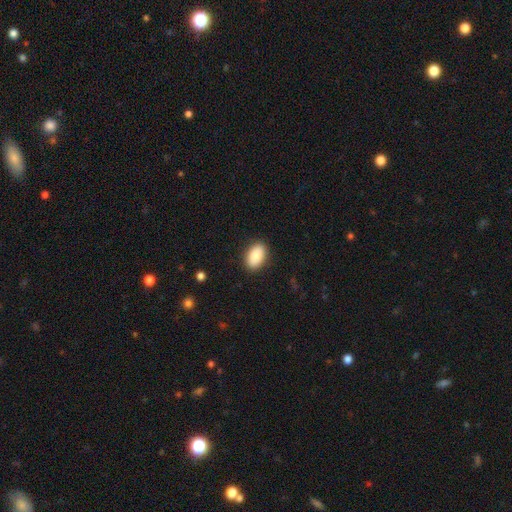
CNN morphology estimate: Smooth or featured?
  - smooth: 89% *
  - star or artifact: 6%
  - featured or disk: 5%
How rounded?
  - in between: 92% *
  - round: 6%
  - cigar-shaped: 1%
Merging?
  - none: 89% *
  - minor disturbance: 8%
  - major disturbance: 2%
  - merger: 1%